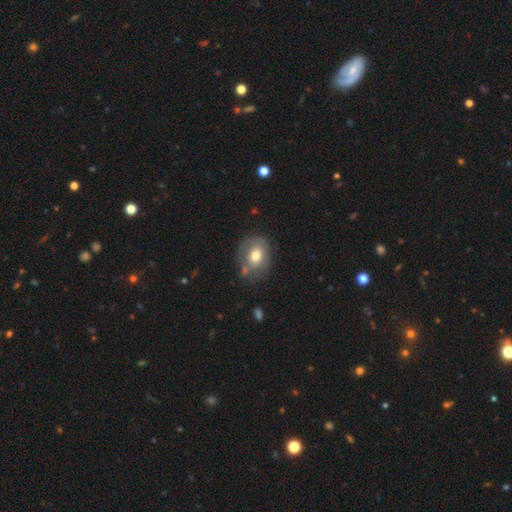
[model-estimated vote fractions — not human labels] Morphology: type=smooth (60%); roundness=round (50%); merging=none (59%).